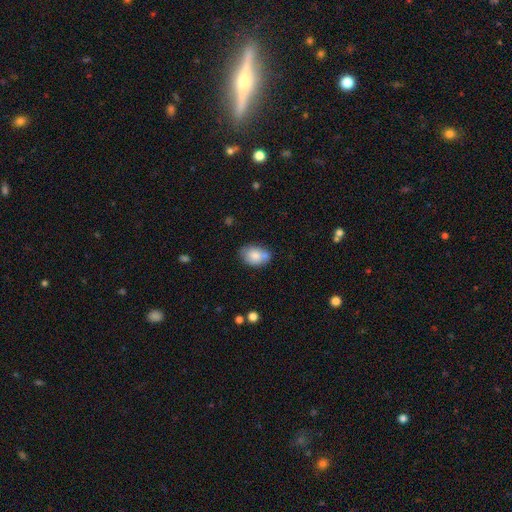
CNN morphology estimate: Q: Smooth or featured?
A: smooth (79%); runner-up: featured or disk (13%)
Q: How rounded?
A: in between (81%); runner-up: round (18%)
Q: Merging?
A: none (59%); runner-up: minor disturbance (22%)